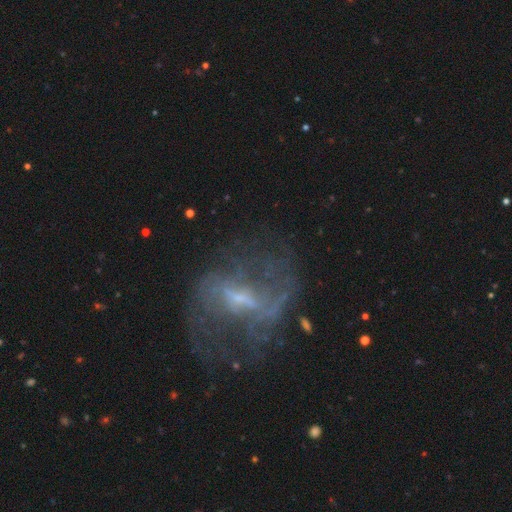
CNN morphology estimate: smooth-or-featured: featured or disk: 76% | star or artifact: 13% | smooth: 11%
  disk-edge-on: no: 95% | yes: 5%
    bar: weak: 47% | strong: 30% | no: 23%
    has-spiral-arms: yes: 71% | no: 29%
      spiral-winding: loose: 60% | medium: 29% | tight: 11%
      spiral-arm-count: 2: 60% | can't tell: 24% | 1: 6% | 3: 4% | 4: 3% | more than 4: 3%
    bulge-size: small: 59% | moderate: 21% | none: 17% | large: 2% | dominant: 1%
  merging: none: 51% | major disturbance: 28% | minor disturbance: 17% | merger: 4%